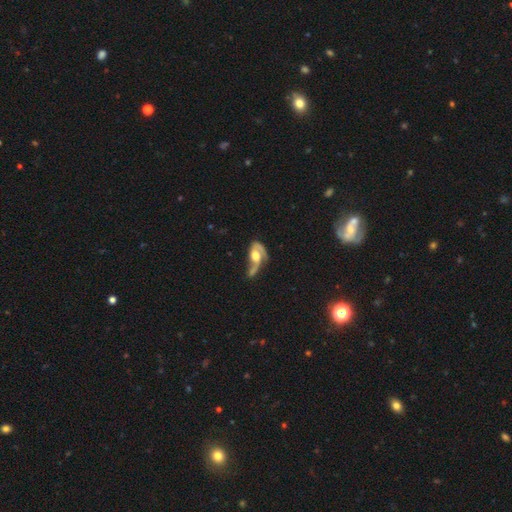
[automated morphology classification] The model was most divided on "merging": major disturbance: 38%, none: 25%, minor disturbance: 19%, merger: 18%. More confident: edge-on disk — no (93%); spiral arms — yes (81%); smooth or featured — featured or disk (72%); bar — no (64%); spiral arm count — 2 (60%); bulge size — moderate (52%); spiral winding — loose (50%).